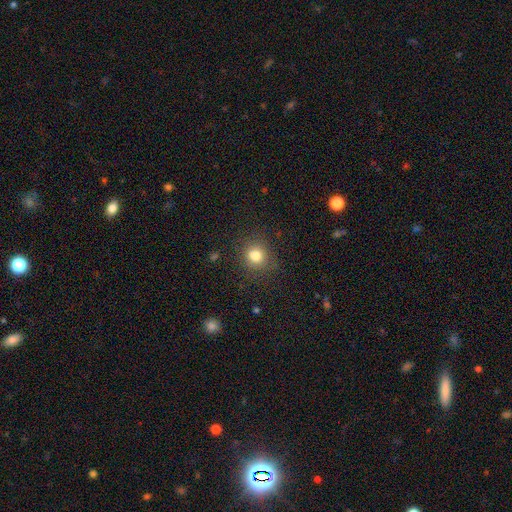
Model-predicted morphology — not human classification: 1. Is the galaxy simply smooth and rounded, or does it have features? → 80% smooth, 13% star or artifact, 7% featured or disk.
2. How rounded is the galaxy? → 83% round, 16% in between, 1% cigar-shaped.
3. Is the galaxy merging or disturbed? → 85% none, 10% minor disturbance, 4% major disturbance, 1% merger.